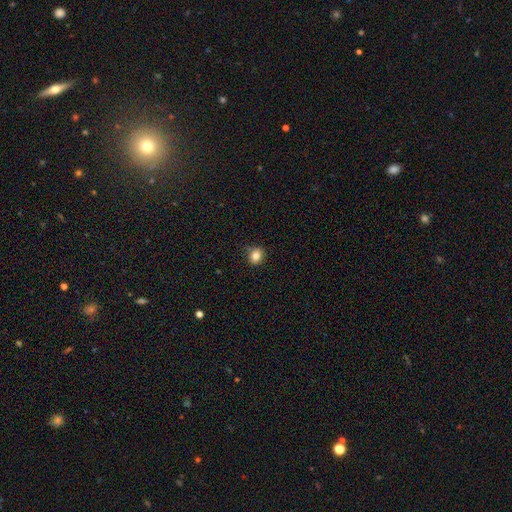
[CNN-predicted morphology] This appears to be a smooth galaxy with no disk features (83%) that is round (72%). Merging: none (78%).